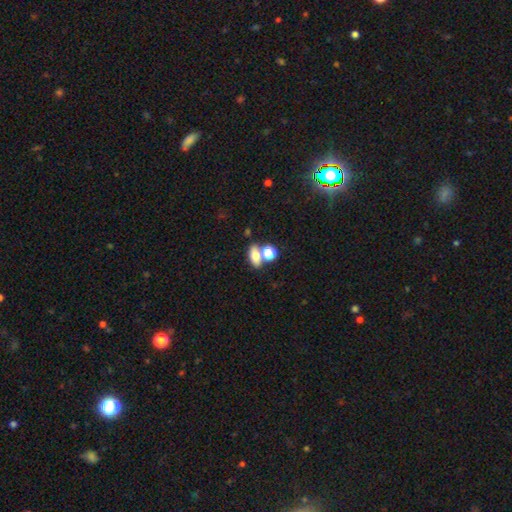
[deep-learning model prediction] This appears to be a smooth galaxy with no disk features (73%) that is in between round and cigar-shaped (75%). Merging: none (49%).